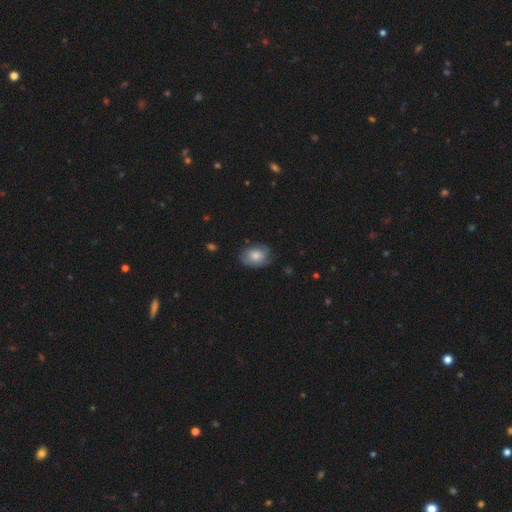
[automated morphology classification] smooth-or-featured: smooth: 72% | featured or disk: 20% | star or artifact: 7%
  how-rounded: in between: 72% | round: 26% | cigar-shaped: 1%
  merging: none: 69% | minor disturbance: 24% | major disturbance: 6% | merger: 1%